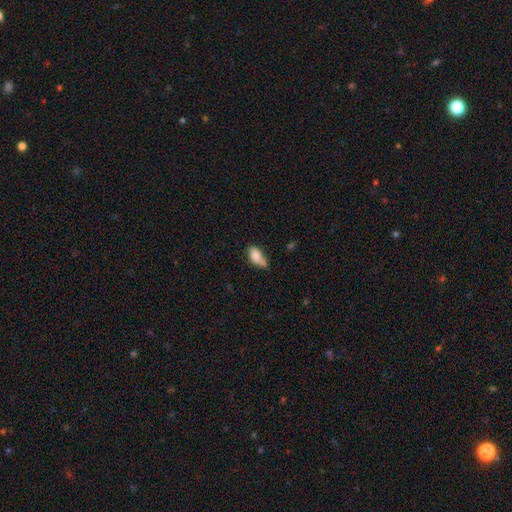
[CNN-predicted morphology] The model was most divided on "merging": none: 42%, minor disturbance: 37%, major disturbance: 11%, merger: 10%. More confident: how rounded — in between (88%); smooth or featured — smooth (76%).